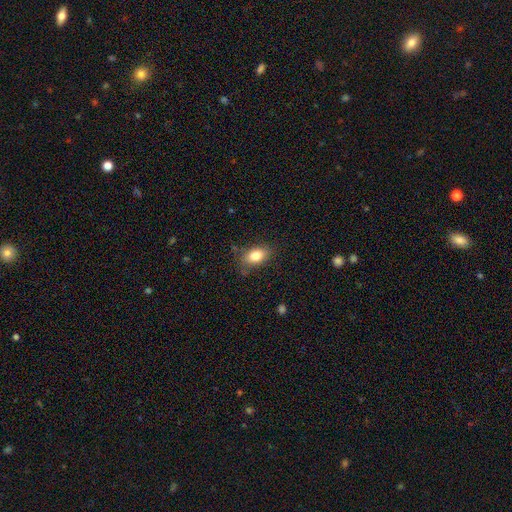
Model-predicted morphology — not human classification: The model was most divided on "merging": none: 78%, minor disturbance: 16%, major disturbance: 4%, merger: 2%. More confident: how rounded — in between (87%); smooth or featured — smooth (82%).